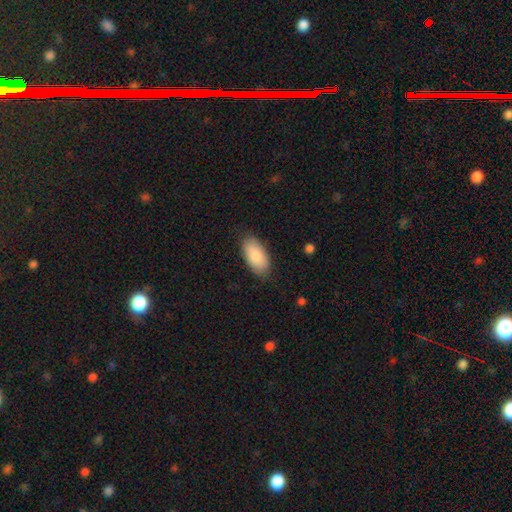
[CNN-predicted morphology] type=smooth (85%); roundness=in between (94%); merging=none (81%).